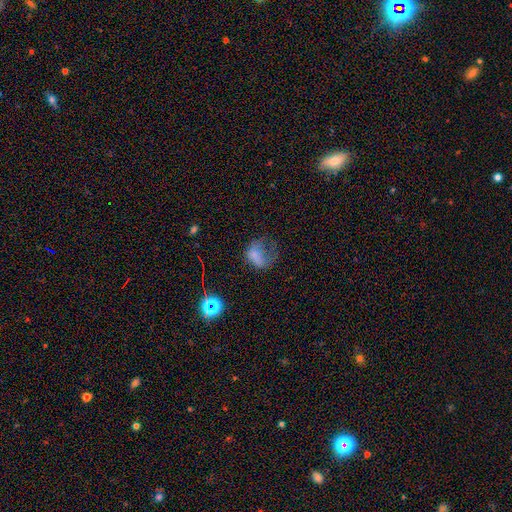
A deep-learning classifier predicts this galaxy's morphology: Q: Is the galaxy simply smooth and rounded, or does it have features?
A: smooth — 60%.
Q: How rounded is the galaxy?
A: in between — 65%.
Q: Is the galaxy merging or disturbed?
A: major disturbance — 54%.